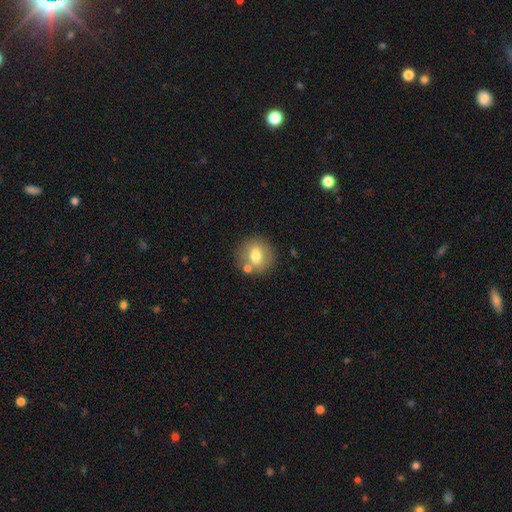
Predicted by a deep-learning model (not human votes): Smooth or featured?
  - smooth: 69% *
  - featured or disk: 21%
  - star or artifact: 10%
How rounded?
  - round: 83% *
  - in between: 16%
  - cigar-shaped: 1%
Merging?
  - none: 72% *
  - merger: 12%
  - minor disturbance: 12%
  - major disturbance: 4%